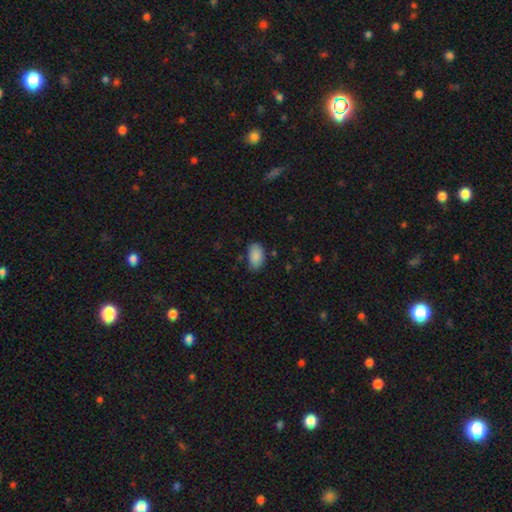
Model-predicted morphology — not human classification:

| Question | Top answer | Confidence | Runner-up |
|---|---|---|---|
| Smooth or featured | smooth | 88% | star or artifact (7%) |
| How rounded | in between | 93% | round (5%) |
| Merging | none | 75% | minor disturbance (20%) |